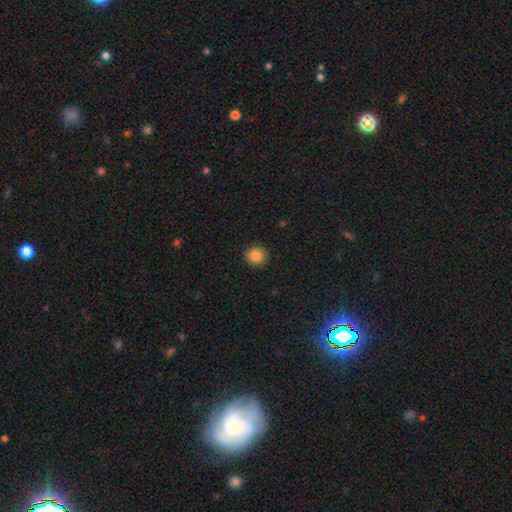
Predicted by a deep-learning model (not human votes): Q: Smooth or featured?
A: smooth (86%); runner-up: star or artifact (10%)
Q: How rounded?
A: round (92%); runner-up: in between (7%)
Q: Merging?
A: none (91%); runner-up: minor disturbance (6%)